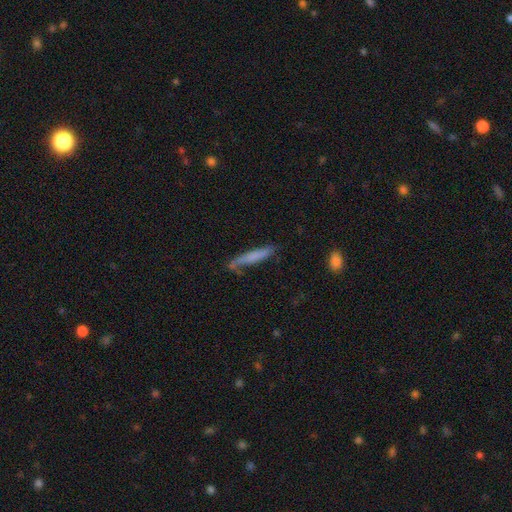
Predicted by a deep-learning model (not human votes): smooth-or-featured: smooth: 69% | featured or disk: 25% | star or artifact: 6%
  how-rounded: cigar-shaped: 90% | in between: 8% | round: 2%
  merging: none: 61% | minor disturbance: 25% | major disturbance: 9% | merger: 5%